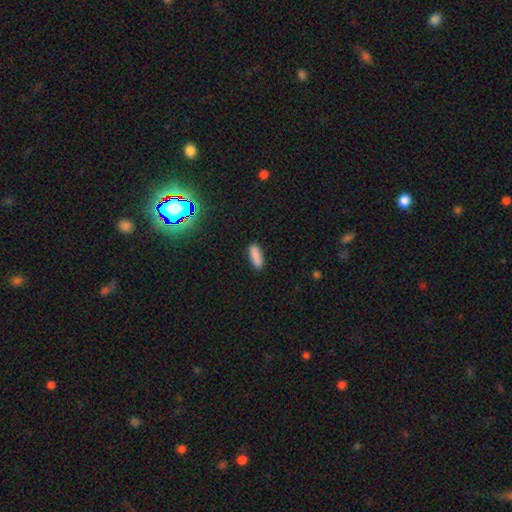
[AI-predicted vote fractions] smooth 87%, star or artifact 8%, featured or disk 4%. Down the decision tree: how rounded — in between (56%); merging — none (89%).